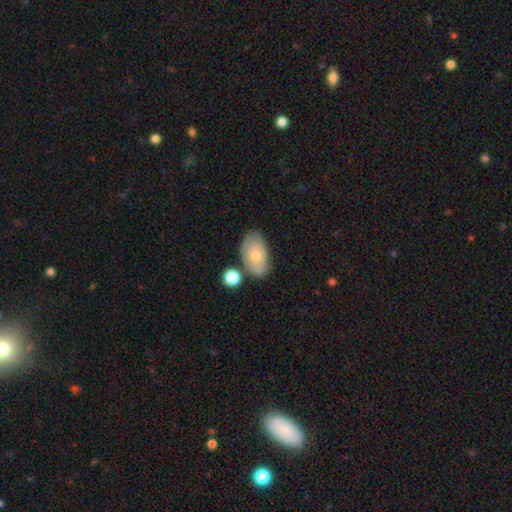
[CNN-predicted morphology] Smooth or featured? smooth (71%)
How rounded? in between (92%)
Merging? none (64%)